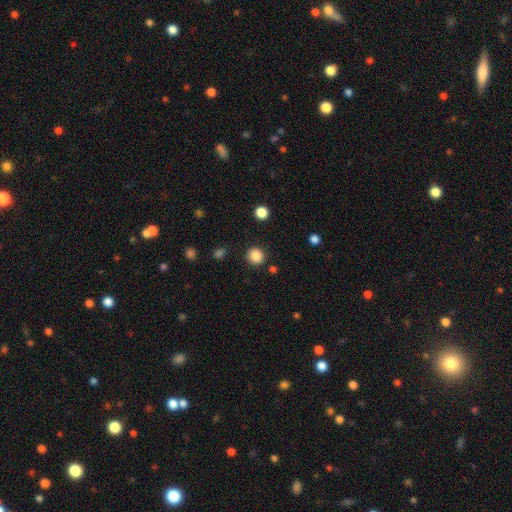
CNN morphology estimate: This appears to be a smooth galaxy with no disk features (86%) that is round (93%). Merging: none (90%).